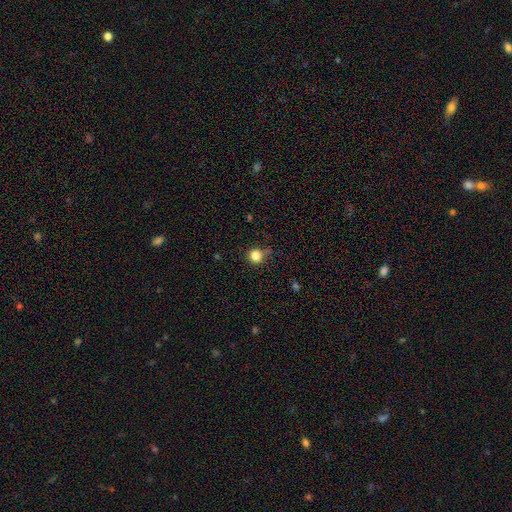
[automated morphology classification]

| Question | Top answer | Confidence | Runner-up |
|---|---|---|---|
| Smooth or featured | smooth | 83% | star or artifact (12%) |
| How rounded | round | 93% | in between (6%) |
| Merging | none | 74% | minor disturbance (19%) |